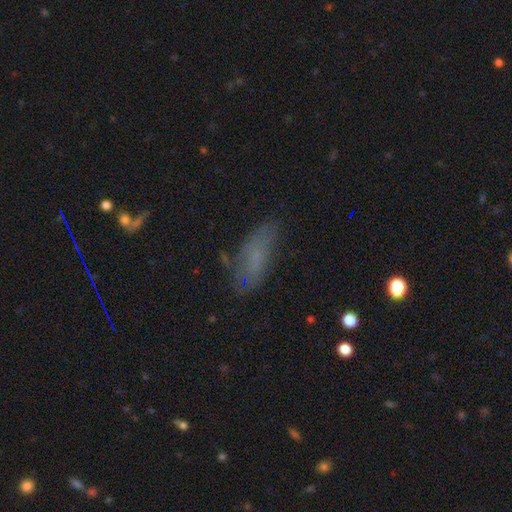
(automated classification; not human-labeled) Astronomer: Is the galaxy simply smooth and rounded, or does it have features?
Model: smooth — 60%.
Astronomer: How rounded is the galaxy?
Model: in between — 71%.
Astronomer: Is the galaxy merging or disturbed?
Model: none — 64%.